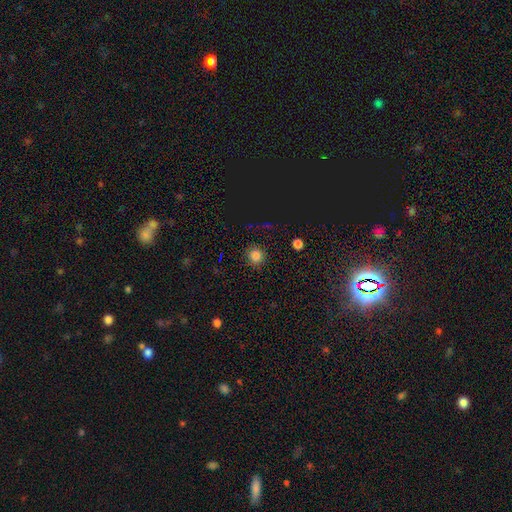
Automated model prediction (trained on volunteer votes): smooth-or-featured: smooth: 81% | star or artifact: 15% | featured or disk: 4%
  how-rounded: round: 92% | in between: 7% | cigar-shaped: 1%
  merging: none: 88% | minor disturbance: 8% | major disturbance: 3% | merger: 1%